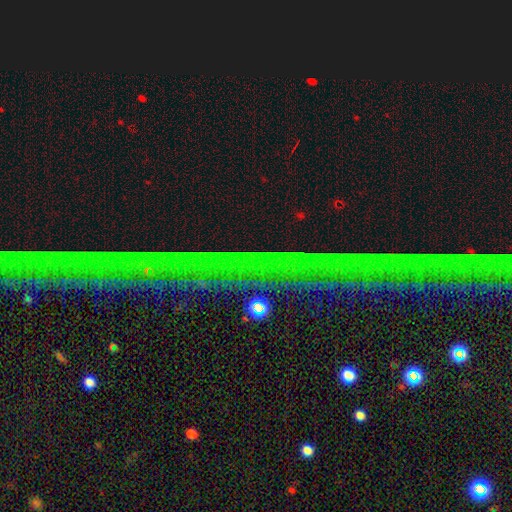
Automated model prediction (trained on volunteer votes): Smooth or featured?
  - star or artifact: 85% *
  - featured or disk: 9%
  - smooth: 7%